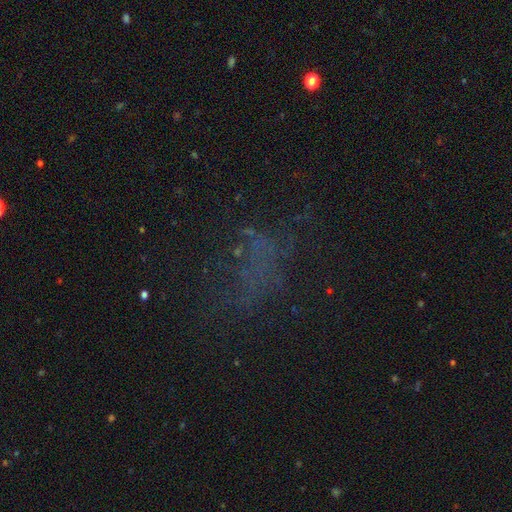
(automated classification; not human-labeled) Smooth or featured? star or artifact (44%)